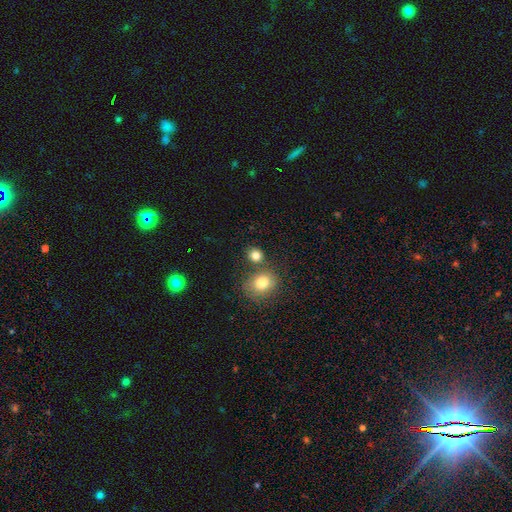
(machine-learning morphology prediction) Smooth or featured?
  - smooth: 80% *
  - star or artifact: 12%
  - featured or disk: 8%
How rounded?
  - round: 74% *
  - in between: 25%
  - cigar-shaped: 1%
Merging?
  - none: 66% *
  - merger: 20%
  - minor disturbance: 10%
  - major disturbance: 3%